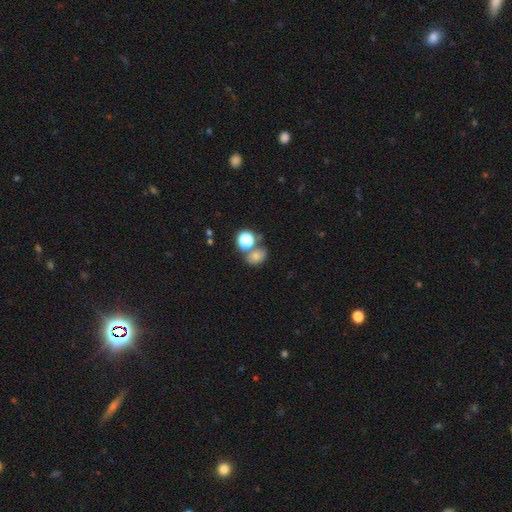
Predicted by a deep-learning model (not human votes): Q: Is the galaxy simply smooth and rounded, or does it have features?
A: smooth — 66%.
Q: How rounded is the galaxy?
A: in between — 53%.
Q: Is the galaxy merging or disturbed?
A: none — 51%.